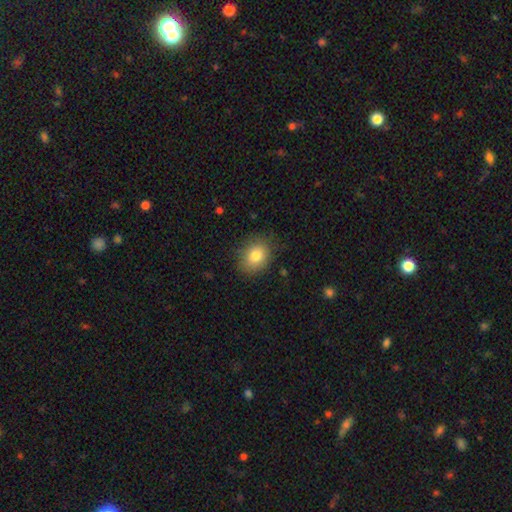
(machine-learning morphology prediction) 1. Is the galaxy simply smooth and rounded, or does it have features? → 81% smooth, 10% star or artifact, 9% featured or disk.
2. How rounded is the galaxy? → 53% round, 46% in between, 1% cigar-shaped.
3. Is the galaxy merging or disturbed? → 78% none, 16% minor disturbance, 4% major disturbance, 1% merger.